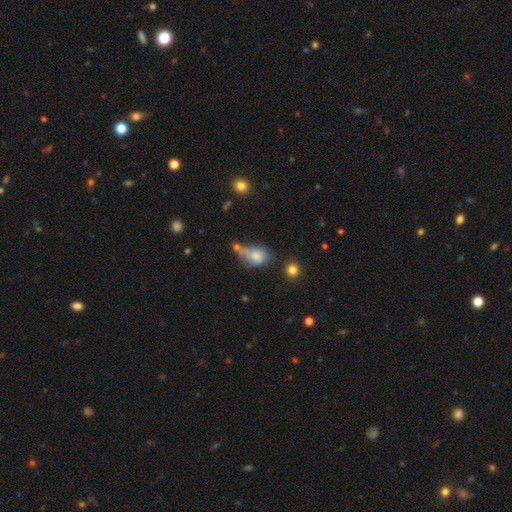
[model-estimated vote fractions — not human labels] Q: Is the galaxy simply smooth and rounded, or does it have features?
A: smooth — 62%.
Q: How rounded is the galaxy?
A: in between — 73%.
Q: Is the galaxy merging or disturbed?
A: none — 27%.